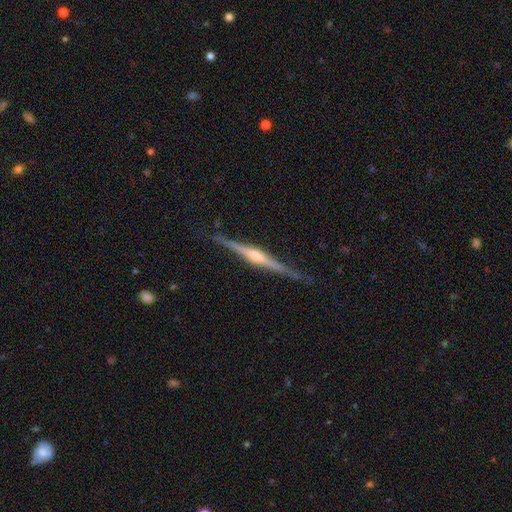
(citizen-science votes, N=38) Smooth or featured? featured or disk (82%)
Edge-on disk? yes (100%)
Edge-on bulge? rounded (100%)
Merging? none (94%)